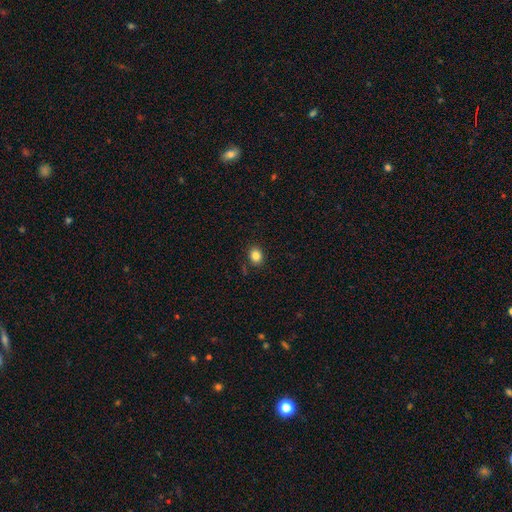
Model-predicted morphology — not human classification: Q: Smooth or featured?
A: smooth (84%); runner-up: star or artifact (11%)
Q: How rounded?
A: round (55%); runner-up: in between (44%)
Q: Merging?
A: none (86%); runner-up: minor disturbance (9%)